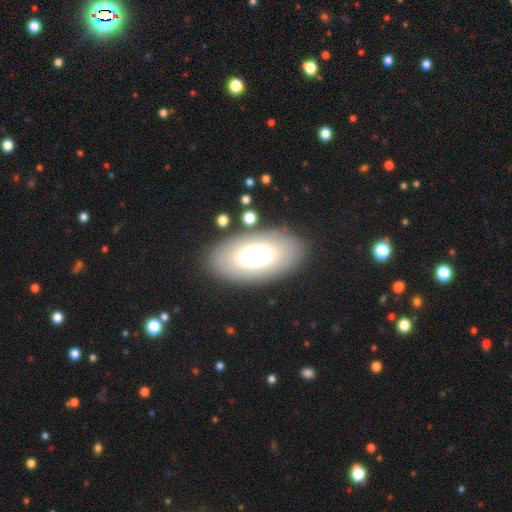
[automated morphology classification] Q: Smooth or featured?
A: smooth (73%); runner-up: featured or disk (18%)
Q: How rounded?
A: in between (93%); runner-up: round (5%)
Q: Merging?
A: none (82%); runner-up: minor disturbance (10%)